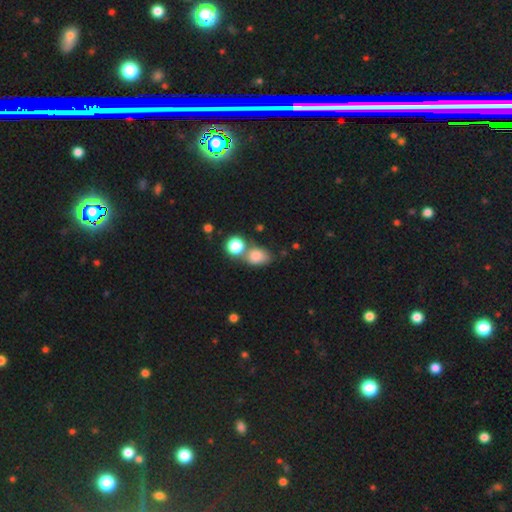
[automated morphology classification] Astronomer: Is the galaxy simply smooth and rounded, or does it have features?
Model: smooth — 80%.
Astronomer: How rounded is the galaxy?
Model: in between — 70%.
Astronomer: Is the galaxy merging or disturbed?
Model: none — 47% (runner-up: merger, 33%).